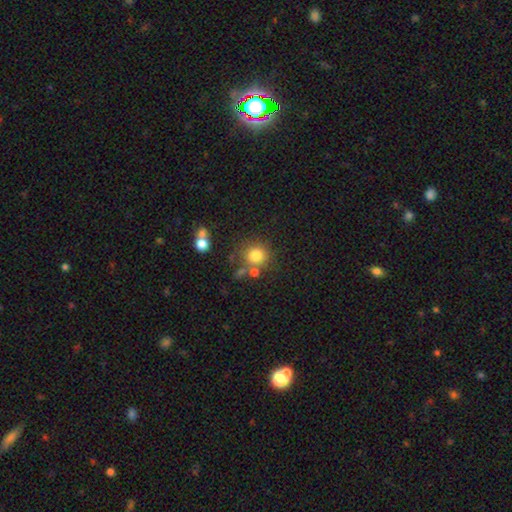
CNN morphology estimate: Q: Smooth or featured?
A: smooth (80%); runner-up: star or artifact (13%)
Q: How rounded?
A: round (90%); runner-up: in between (9%)
Q: Merging?
A: none (69%); runner-up: merger (15%)